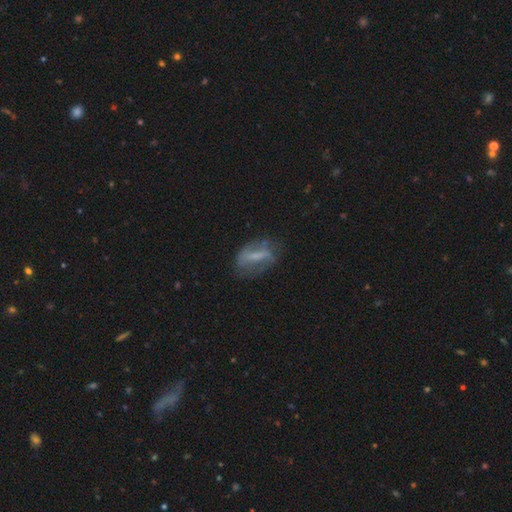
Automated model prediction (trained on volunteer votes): This is possibly a featured or disk galaxy (58%). It is clearly not viewed edge-on (88%). Bar: possibly strong (49%). Spiral arm pattern: possibly yes (58%). Central bulge: marginally none (41%). Merging: likely none (61%).